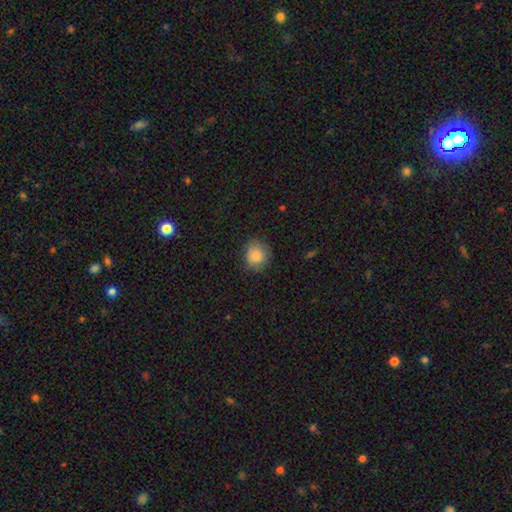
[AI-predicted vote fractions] A smooth galaxy with no disk features (84%) that is round (84%). Merging: none (73%).